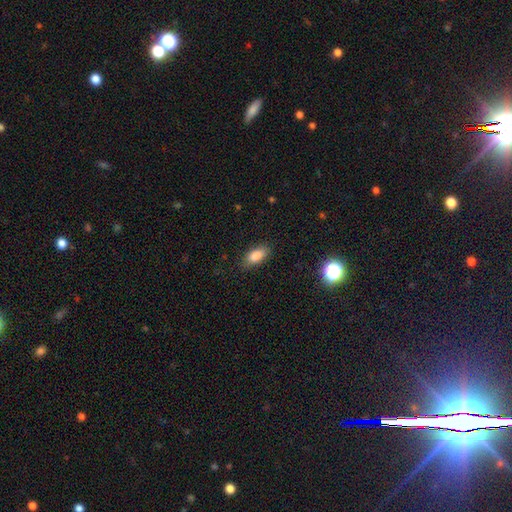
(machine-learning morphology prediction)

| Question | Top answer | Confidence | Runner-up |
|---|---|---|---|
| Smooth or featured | smooth | 84% | star or artifact (8%) |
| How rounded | in between | 86% | cigar-shaped (11%) |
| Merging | none | 84% | minor disturbance (12%) |